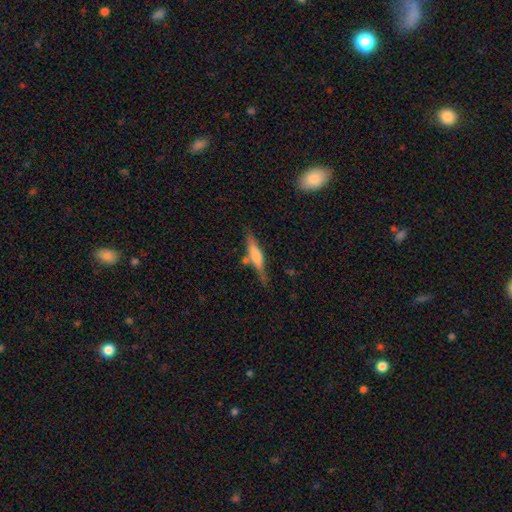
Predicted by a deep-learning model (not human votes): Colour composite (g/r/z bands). It shows a smooth galaxy with no disk features (51%) that is cigar-shaped (84%). Merging: none (69%).